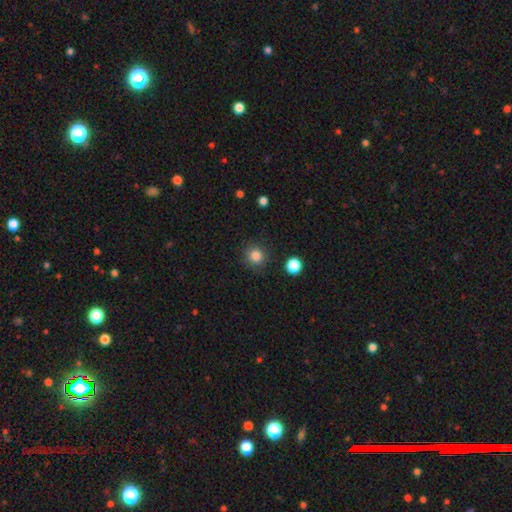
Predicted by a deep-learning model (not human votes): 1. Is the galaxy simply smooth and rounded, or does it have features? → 85% smooth, 11% star or artifact, 4% featured or disk.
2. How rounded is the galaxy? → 93% round, 6% in between, 1% cigar-shaped.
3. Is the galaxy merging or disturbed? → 89% none, 7% minor disturbance, 3% major disturbance, 2% merger.